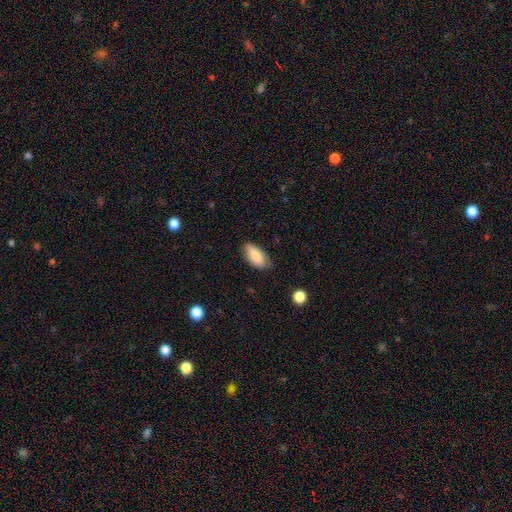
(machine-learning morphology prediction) Smooth or featured? Predicted: smooth (p=0.86). How rounded? Predicted: in between (p=0.91). Merging? Predicted: none (p=0.74).